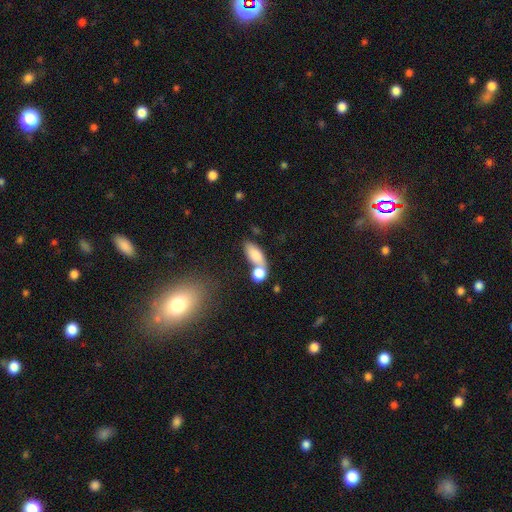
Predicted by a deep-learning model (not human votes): smooth-or-featured: smooth: 79% | featured or disk: 13% | star or artifact: 8%
  how-rounded: in between: 79% | cigar-shaped: 12% | round: 9%
  merging: merger: 48% | none: 34% | minor disturbance: 12% | major disturbance: 7%